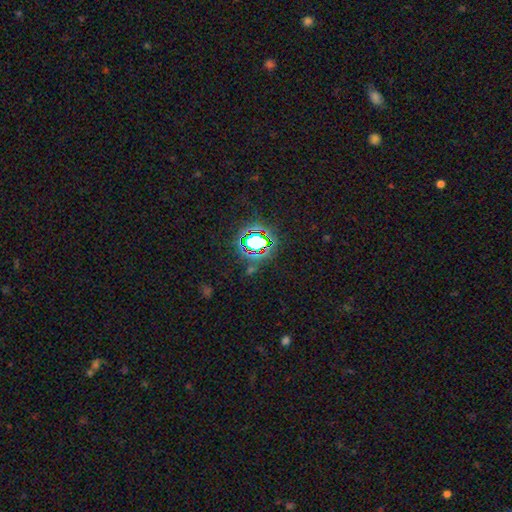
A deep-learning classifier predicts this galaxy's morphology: Smooth or featured? Predicted: star or artifact (p=0.79).